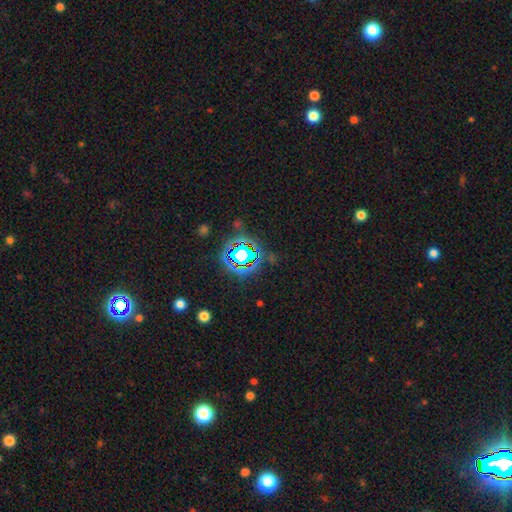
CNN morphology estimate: type=star or artifact (77%).